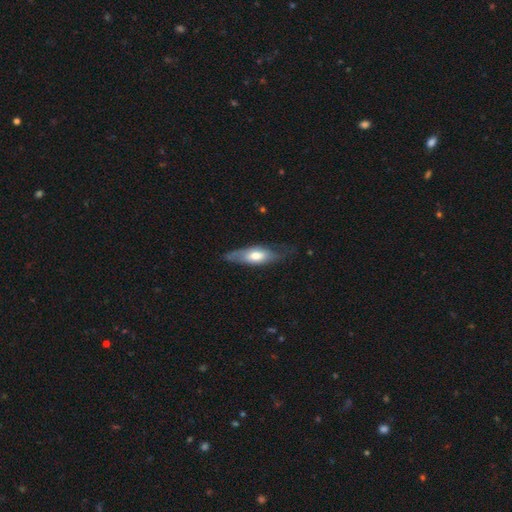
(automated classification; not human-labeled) smooth_or_featured: smooth (p=0.55) [alt: featured or disk p=0.39]
how_rounded: in between (p=0.62) [alt: cigar-shaped p=0.36]
merging: none (p=0.61) [alt: minor disturbance p=0.28]